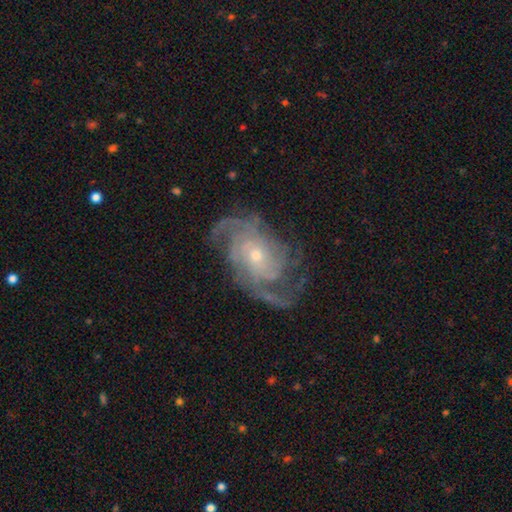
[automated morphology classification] A featured or disk galaxy (89%) with no bar (72%), 3 (24%) tight (52%) spiral arms (97%) and a small central bulge (68%).

Vote fractions:
- Smooth or featured? featured or disk: 89% / star or artifact: 6% / smooth: 5%
- Edge-on disk? no: 97% / yes: 3%
- Bar? no: 72% / weak: 22% / strong: 6%
- Spiral arms? yes: 97% / no: 3%
- Spiral winding? tight: 52% / medium: 37% / loose: 11%
- Spiral arm count? 3: 24% / can't tell: 21% / 2: 21% / 4: 19% / more than 4: 8% / 1: 7%
- Bulge size? small: 68% / moderate: 29% / large: 2% / none: 1% / dominant: 1%
- Merging? none: 69% / minor disturbance: 17% / major disturbance: 12% / merger: 1%